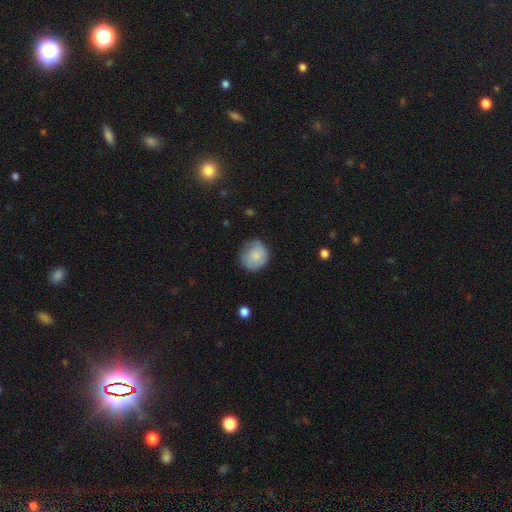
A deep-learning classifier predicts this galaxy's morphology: The model was most divided on "merging": none: 66%, minor disturbance: 25%, major disturbance: 7%, merger: 2%. More confident: how rounded — round (83%); smooth or featured — smooth (76%).